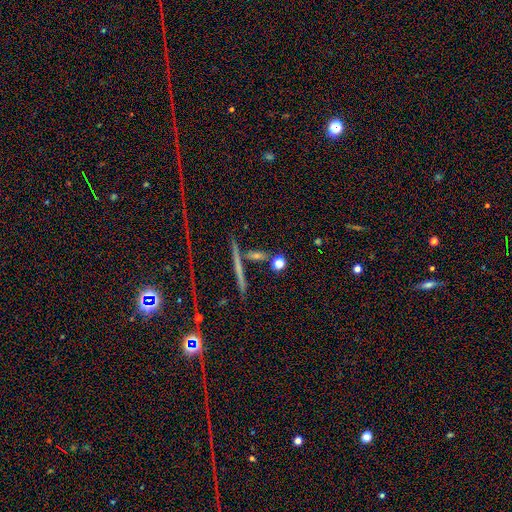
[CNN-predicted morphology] smooth 37%, featured or disk 35%, star or artifact 28%. Down the decision tree: merging — none (79%).